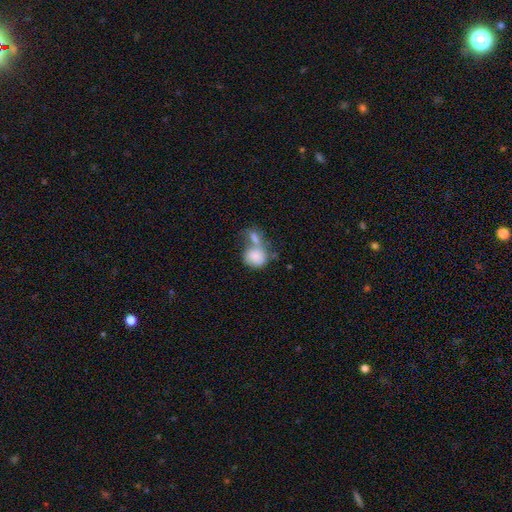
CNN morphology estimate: The model was most divided on "how rounded": round: 56%, in between: 42%, cigar-shaped: 1%. More confident: smooth or featured — smooth (80%); merging — merger (61%).